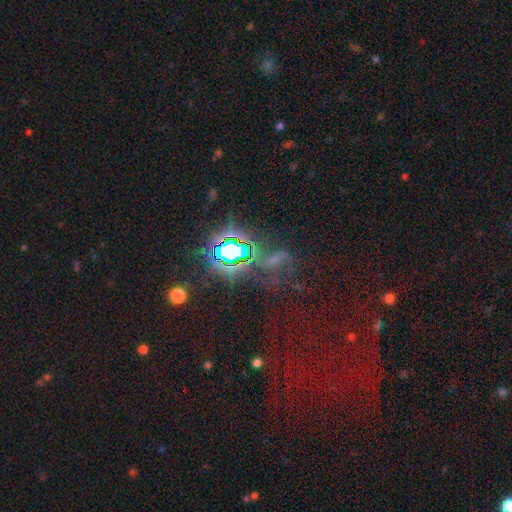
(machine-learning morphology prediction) Smooth or featured? star or artifact (72%)